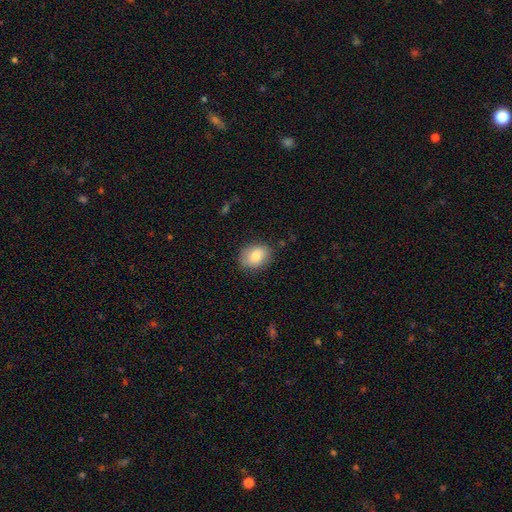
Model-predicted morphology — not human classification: Smooth or featured?
  - smooth: 81% *
  - featured or disk: 11%
  - star or artifact: 8%
How rounded?
  - in between: 66% *
  - round: 33%
  - cigar-shaped: 1%
Merging?
  - none: 81% *
  - minor disturbance: 14%
  - major disturbance: 3%
  - merger: 1%